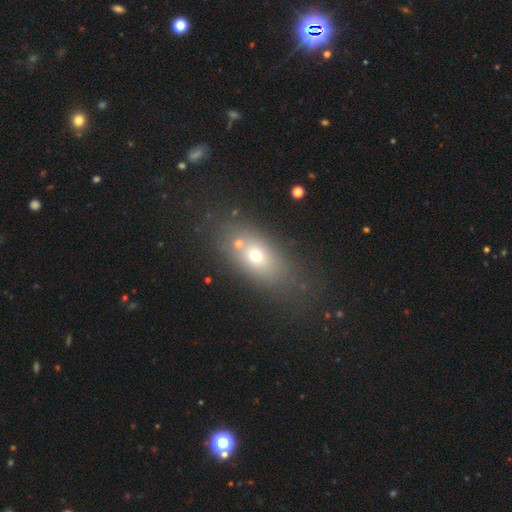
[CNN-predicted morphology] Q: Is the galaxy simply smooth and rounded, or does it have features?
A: smooth — 62%.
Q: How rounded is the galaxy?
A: in between — 72%.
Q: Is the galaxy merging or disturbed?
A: none — 66%.